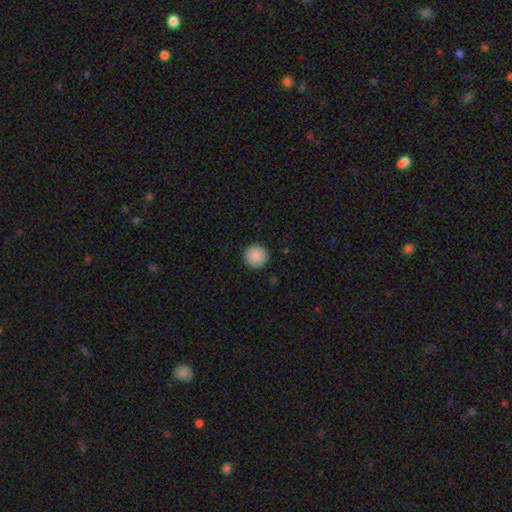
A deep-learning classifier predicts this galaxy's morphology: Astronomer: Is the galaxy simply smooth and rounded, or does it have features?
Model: smooth — 89%.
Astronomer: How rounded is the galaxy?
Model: round — 96%.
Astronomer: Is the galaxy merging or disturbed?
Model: none — 93%.